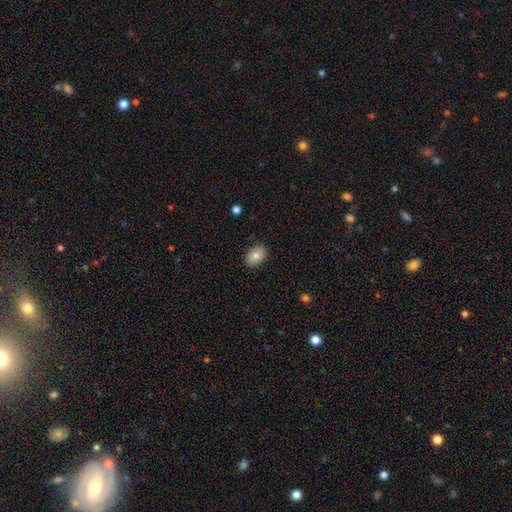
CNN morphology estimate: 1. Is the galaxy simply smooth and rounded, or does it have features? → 83% smooth, 9% featured or disk, 8% star or artifact.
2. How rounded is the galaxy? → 84% in between, 15% round, 1% cigar-shaped.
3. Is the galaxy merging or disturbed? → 88% none, 9% minor disturbance, 2% major disturbance, 1% merger.